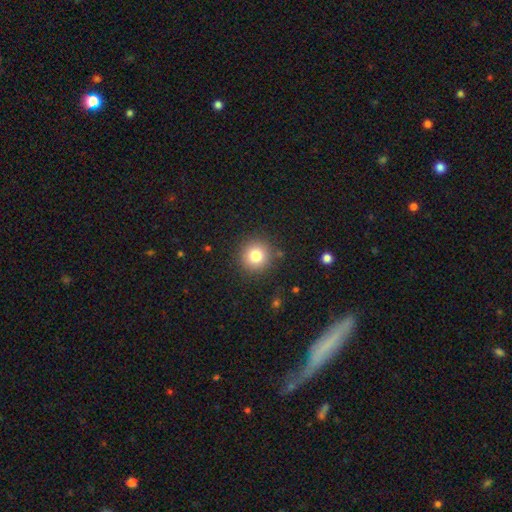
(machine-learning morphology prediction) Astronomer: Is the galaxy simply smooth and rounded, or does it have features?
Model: smooth — 81%.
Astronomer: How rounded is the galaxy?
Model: round — 95%.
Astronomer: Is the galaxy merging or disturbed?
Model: none — 89%.